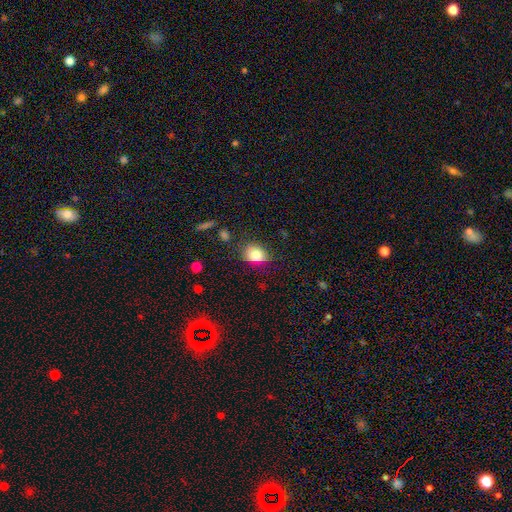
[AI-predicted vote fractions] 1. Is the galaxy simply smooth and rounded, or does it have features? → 81% smooth, 10% star or artifact, 9% featured or disk.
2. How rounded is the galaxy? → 53% in between, 46% round, 1% cigar-shaped.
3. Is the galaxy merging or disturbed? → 68% none, 22% minor disturbance, 6% major disturbance, 3% merger.